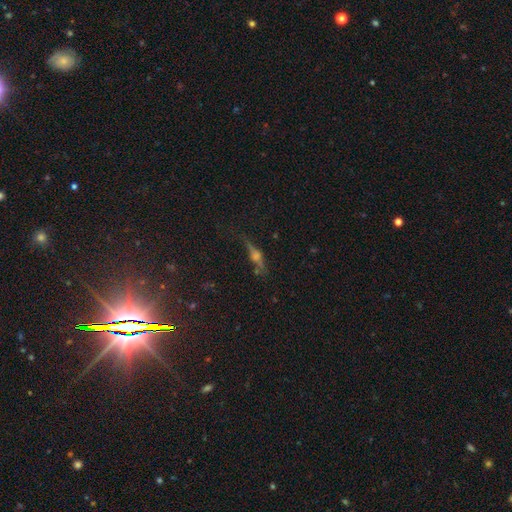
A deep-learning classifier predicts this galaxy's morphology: The model was most divided on "smooth or featured": featured or disk: 61%, smooth: 20%, star or artifact: 19%. More confident: edge-on disk — yes (89%); edge-on bulge — rounded (88%); merging — none (69%).